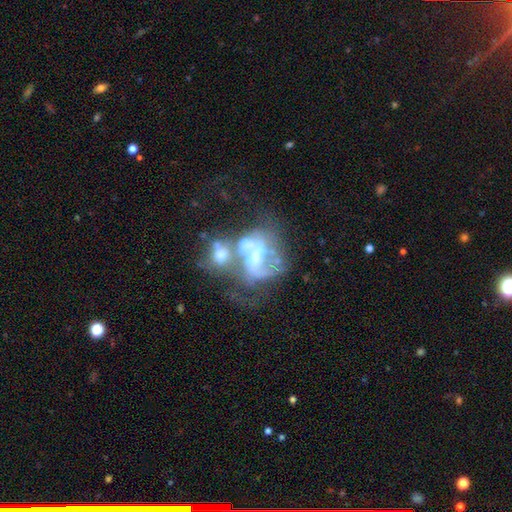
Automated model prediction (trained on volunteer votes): Smooth or featured? featured or disk (67%)
Edge-on disk? no (97%)
Bar? no (58%)
Spiral arms? no (61%)
Bulge size? moderate (38%)
Merging? merger (57%)